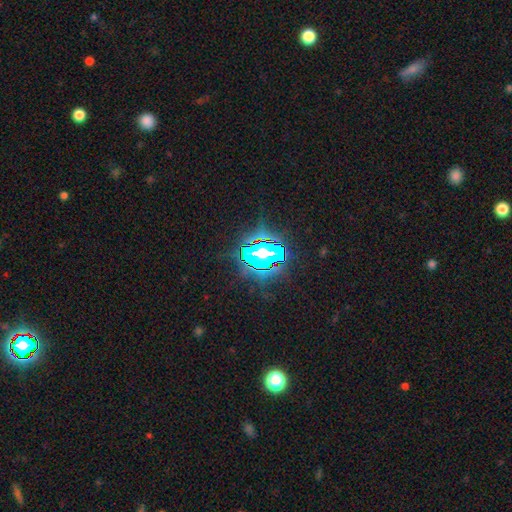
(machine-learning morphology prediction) Smooth or featured? star or artifact (78%)